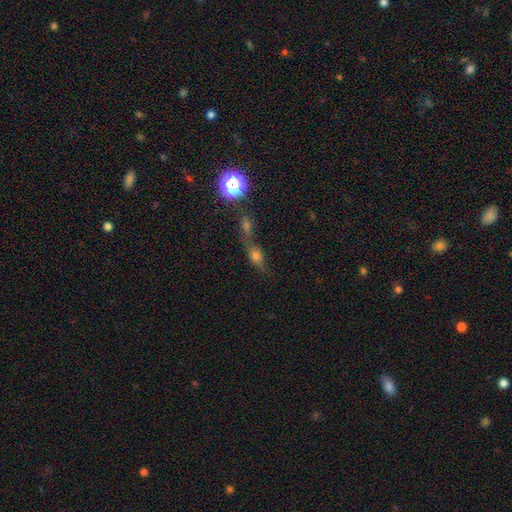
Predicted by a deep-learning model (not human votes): This appears to be a smooth galaxy with no disk features (49%). Merging: merger (44%).